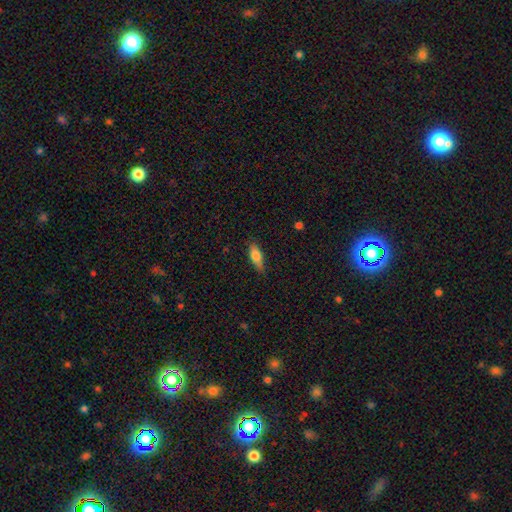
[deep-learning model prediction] Smooth or featured? Predicted: smooth (p=0.75). How rounded? Predicted: in between (p=0.64). Merging? Predicted: none (p=0.79).